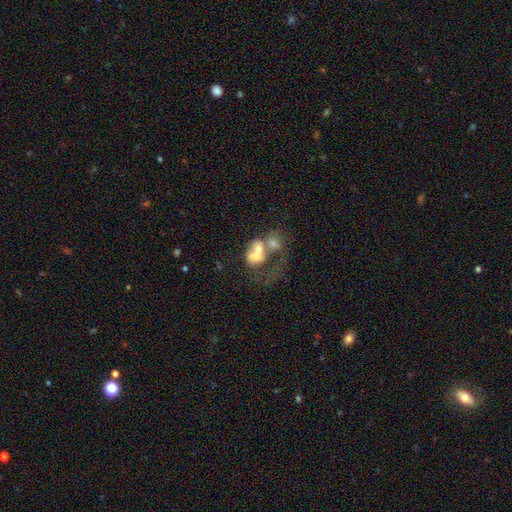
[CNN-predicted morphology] smooth-or-featured: smooth: 49% | featured or disk: 40% | star or artifact: 11%
  merging: merger: 68% | major disturbance: 16% | none: 10% | minor disturbance: 6%